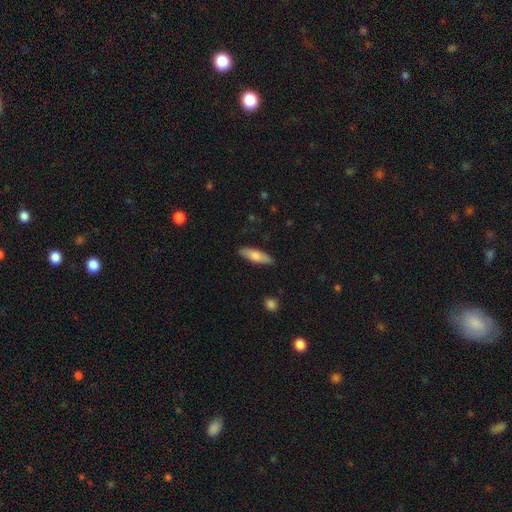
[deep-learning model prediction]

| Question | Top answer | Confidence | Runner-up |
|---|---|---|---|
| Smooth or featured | smooth | 75% | featured or disk (19%) |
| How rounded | in between | 51% | cigar-shaped (47%) |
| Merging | none | 87% | minor disturbance (10%) |